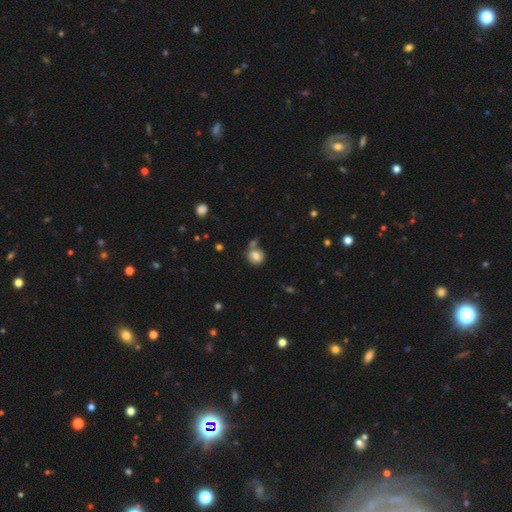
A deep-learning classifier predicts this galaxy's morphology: A smooth galaxy with no disk features (78%) that is round (74%).

Vote fractions:
- Smooth or featured? smooth: 78% / featured or disk: 12% / star or artifact: 10%
- How rounded? round: 74% / in between: 25% / cigar-shaped: 1%
- Merging? none: 57% / merger: 22% / minor disturbance: 16% / major disturbance: 5%